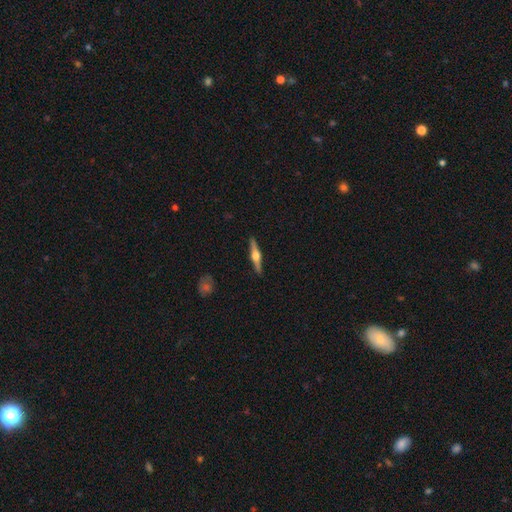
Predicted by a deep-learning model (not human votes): smooth-or-featured: featured or disk: 75% | smooth: 20% | star or artifact: 5%
  disk-edge-on: yes: 98% | no: 2%
    edge-on-bulge: rounded: 95% | boxy: 4% | none: 2%
  merging: none: 91% | minor disturbance: 6% | major disturbance: 1% | merger: 1%